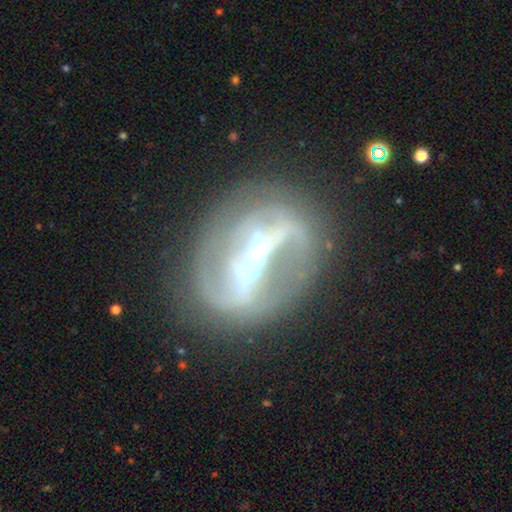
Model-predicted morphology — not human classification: Smooth or featured? featured or disk (78%)
Edge-on disk? no (90%)
Bar? strong (70%)
Spiral arms? yes (60%)
Bulge size? small (49%)
Merging? none (62%)